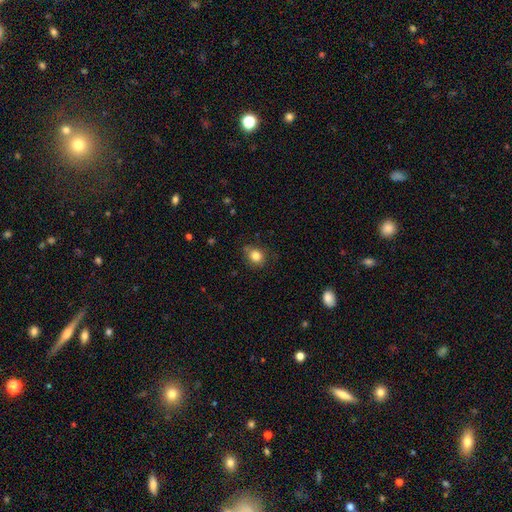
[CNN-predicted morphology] Smooth or featured? smooth (83%)
How rounded? round (69%)
Merging? none (77%)